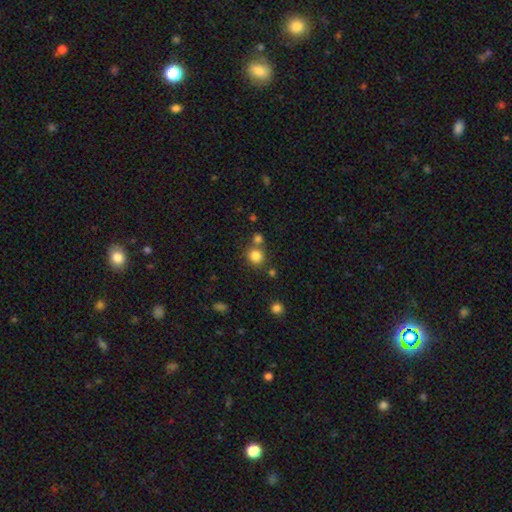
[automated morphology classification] smooth_or_featured: smooth (p=0.82) [alt: star or artifact p=0.12]
how_rounded: round (p=0.86) [alt: in between p=0.13]
merging: none (p=0.67) [alt: merger p=0.21]